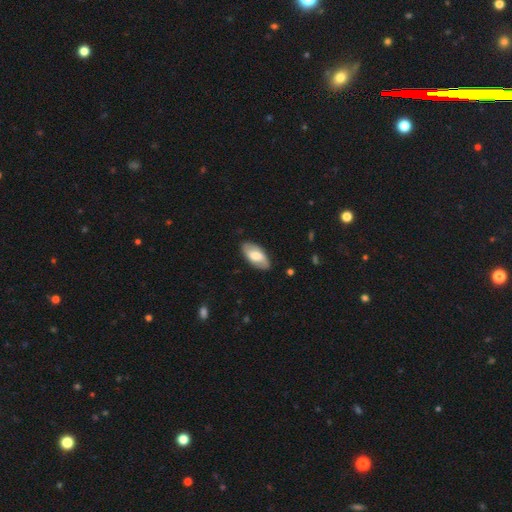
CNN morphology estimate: Overall: smooth (59%; featured or disk 36%). How rounded: in between (93%). Merging: none (86%).